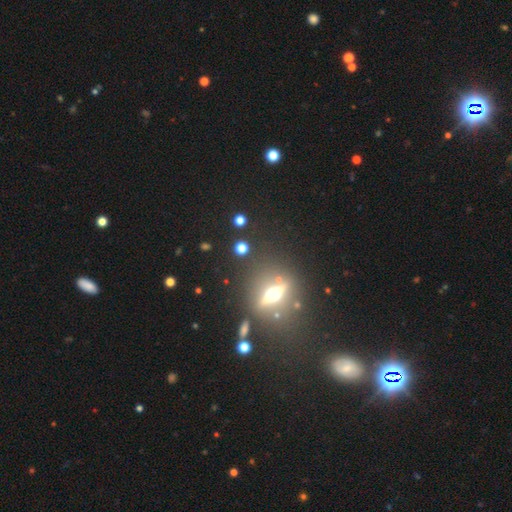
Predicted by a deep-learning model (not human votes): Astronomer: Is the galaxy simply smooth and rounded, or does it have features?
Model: featured or disk — 38% (runner-up: star or artifact, 35%).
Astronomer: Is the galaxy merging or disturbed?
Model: none — 66%.